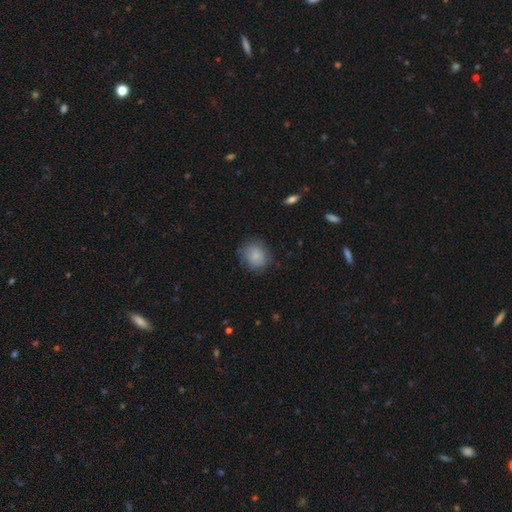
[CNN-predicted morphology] The model was most divided on "how rounded": round: 78%, in between: 21%, cigar-shaped: 1%. More confident: smooth or featured — smooth (83%); merging — none (77%).